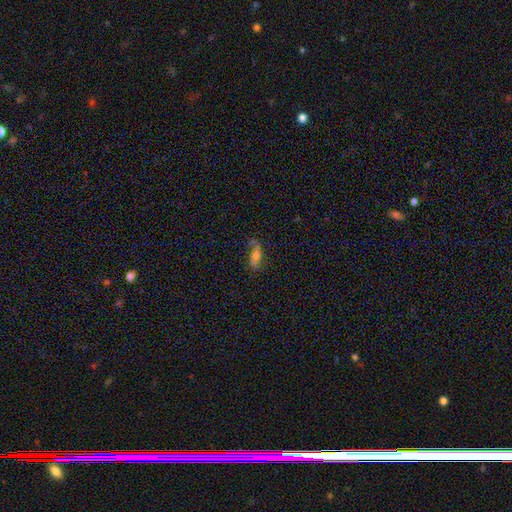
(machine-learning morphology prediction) The model was most divided on "smooth or featured": smooth: 50%, featured or disk: 39%, star or artifact: 11%. More confident: merging — none (63%).